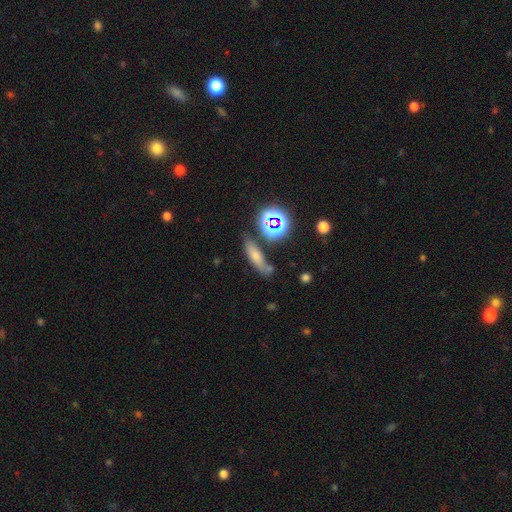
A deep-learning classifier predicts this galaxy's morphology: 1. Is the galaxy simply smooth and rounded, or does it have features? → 62% smooth, 20% star or artifact, 18% featured or disk.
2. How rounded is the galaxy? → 52% cigar-shaped, 38% in between, 11% round.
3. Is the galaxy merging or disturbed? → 65% none, 18% minor disturbance, 11% merger, 6% major disturbance.